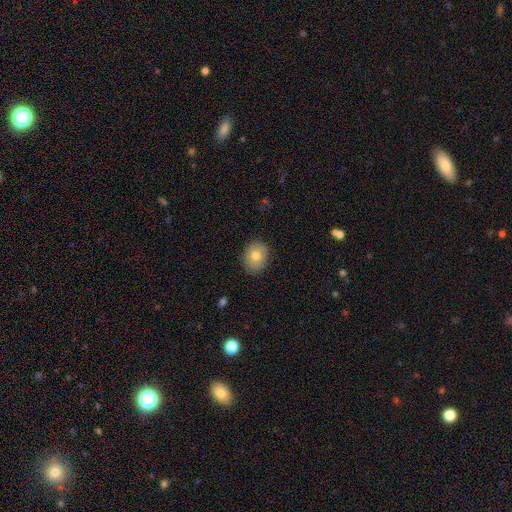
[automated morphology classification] A smooth galaxy with no disk features (78%) that is round (62%). Merging: none (86%).